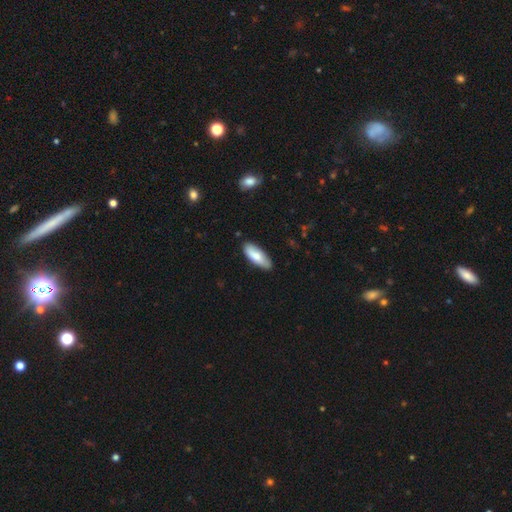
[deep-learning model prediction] A smooth galaxy with no disk features (76%) that is in between round and cigar-shaped (73%). Merging: none (81%).